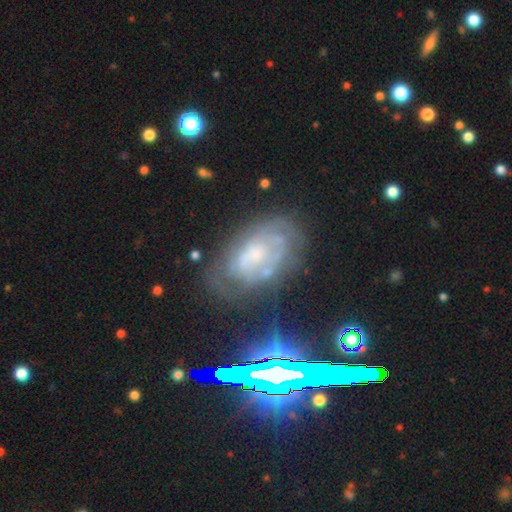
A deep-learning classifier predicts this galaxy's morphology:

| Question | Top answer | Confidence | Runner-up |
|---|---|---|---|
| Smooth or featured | featured or disk | 56% | smooth (28%) |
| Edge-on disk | no | 94% | yes (6%) |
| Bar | no | 76% | weak (19%) |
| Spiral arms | yes | 59% | no (41%) |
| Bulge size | small | 34% | moderate (31%) |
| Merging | none | 60% | minor disturbance (24%) |